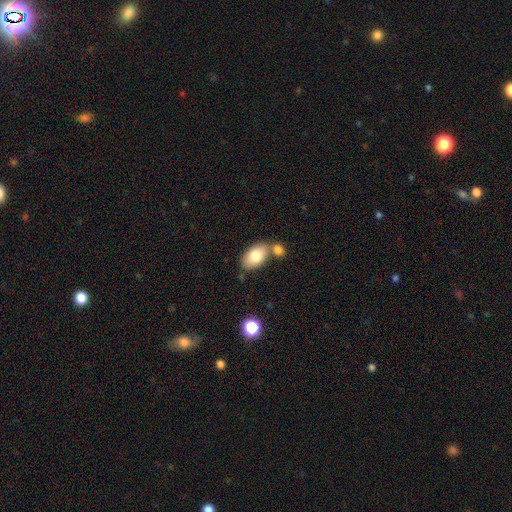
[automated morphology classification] Smooth or featured?
  - smooth: 78% *
  - featured or disk: 15%
  - star or artifact: 7%
How rounded?
  - in between: 92% *
  - round: 6%
  - cigar-shaped: 2%
Merging?
  - none: 58% *
  - merger: 25%
  - minor disturbance: 13%
  - major disturbance: 4%